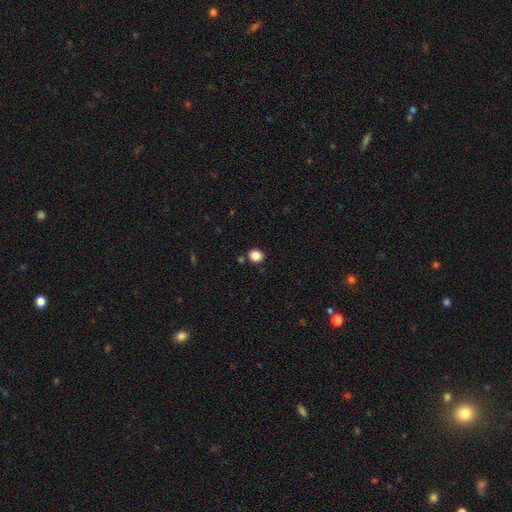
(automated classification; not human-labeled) This appears to be a smooth galaxy with no disk features (85%) that is round (68%). Merging: none (84%).